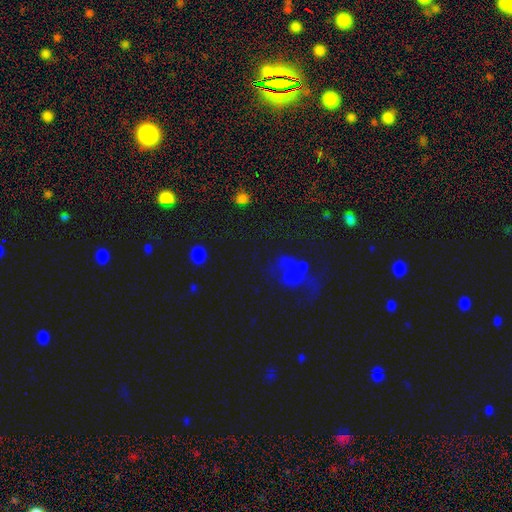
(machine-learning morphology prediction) A smooth galaxy with no disk features (45%). Merging: none (51%).